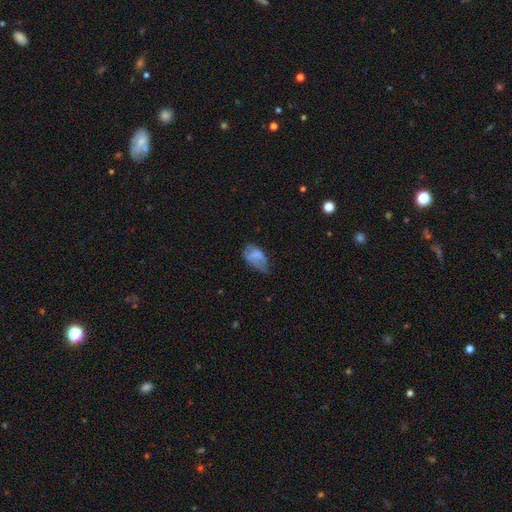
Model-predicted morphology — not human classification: Overall: smooth (65%; featured or disk 25%). How rounded: in between (91%). Merging: minor disturbance (41%; major disturbance 28%).